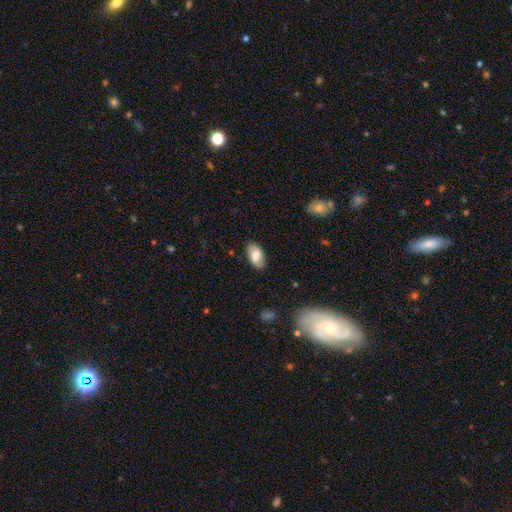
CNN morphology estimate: smooth_or_featured: smooth (p=0.65) [alt: featured or disk p=0.28]
how_rounded: in between (p=0.94) [alt: round p=0.04]
merging: none (p=0.83) [alt: minor disturbance p=0.13]